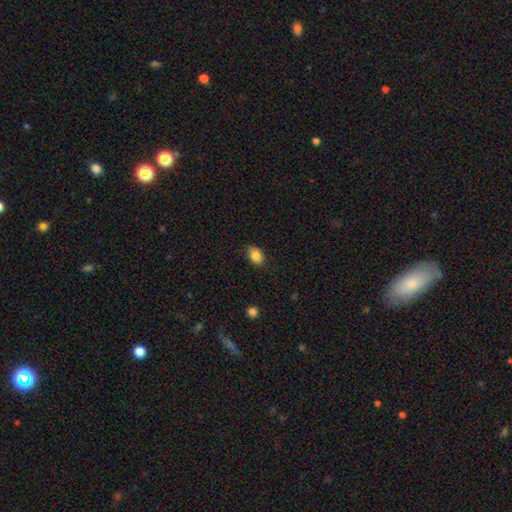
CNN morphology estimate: The model was most divided on "how rounded": in between: 77%, round: 22%, cigar-shaped: 1%. More confident: smooth or featured — smooth (86%); merging — none (82%).